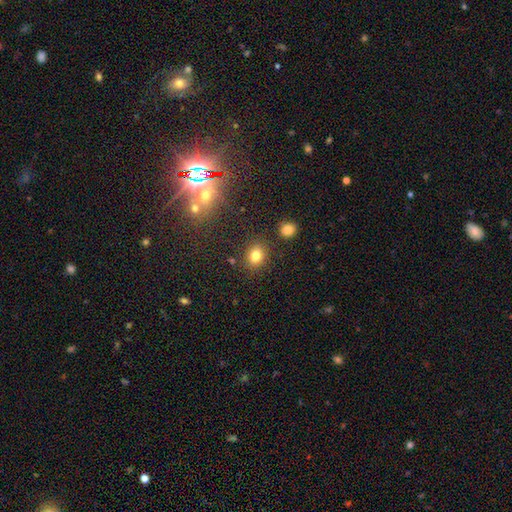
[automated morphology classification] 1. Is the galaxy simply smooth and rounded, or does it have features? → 80% smooth, 13% star or artifact, 7% featured or disk.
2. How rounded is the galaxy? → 55% round, 44% in between, 1% cigar-shaped.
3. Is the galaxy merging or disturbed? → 84% none, 9% minor disturbance, 4% merger, 3% major disturbance.